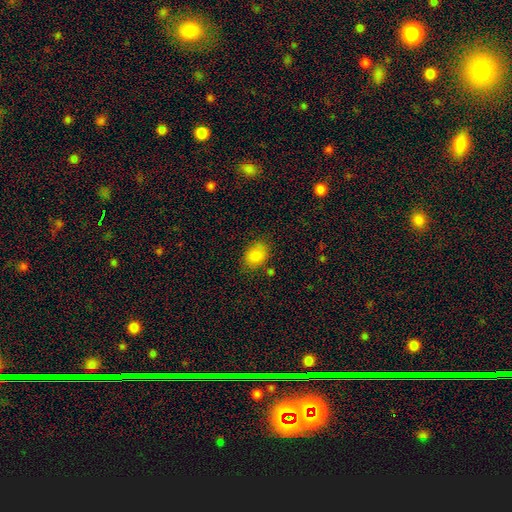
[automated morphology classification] Smooth or featured? Predicted: smooth (p=0.84). How rounded? Predicted: in between (p=0.71). Merging? Predicted: none (p=0.77).